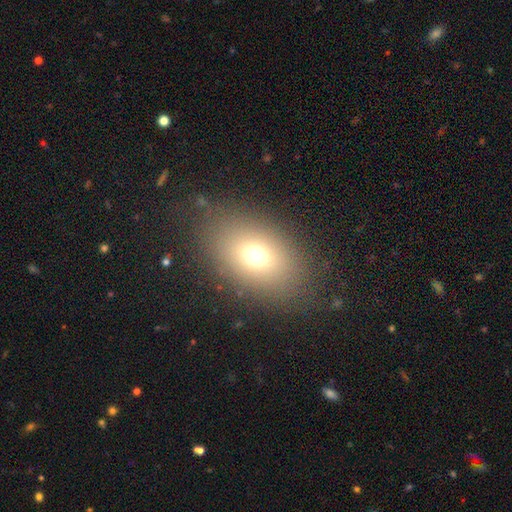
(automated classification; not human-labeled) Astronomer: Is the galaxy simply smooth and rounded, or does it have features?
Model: smooth — 69%.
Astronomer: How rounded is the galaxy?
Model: in between — 73%.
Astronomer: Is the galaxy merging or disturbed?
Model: none — 81%.